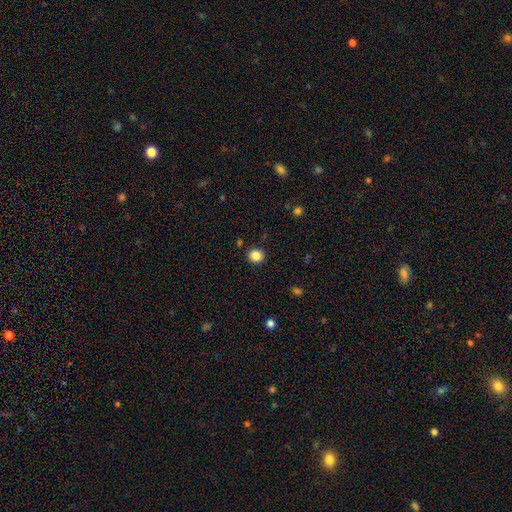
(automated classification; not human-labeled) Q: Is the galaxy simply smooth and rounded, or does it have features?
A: smooth — 86%.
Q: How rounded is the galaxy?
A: round — 87%.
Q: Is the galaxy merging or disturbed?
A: none — 91%.